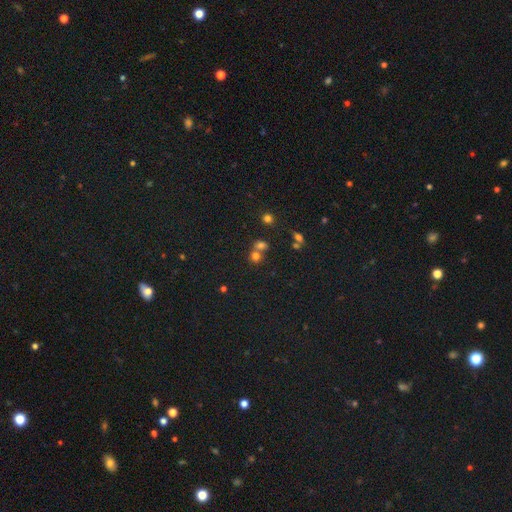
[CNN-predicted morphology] This is likely a smooth galaxy (69%). How rounded: clearly round (80%). Merging: possibly none (46%).